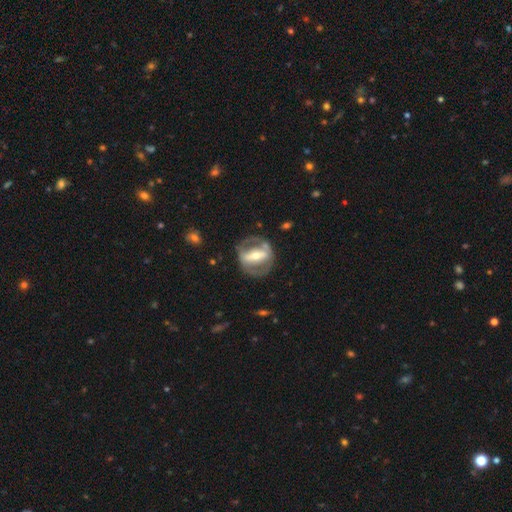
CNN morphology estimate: Smooth or featured? Predicted: featured or disk (p=0.74). Edge-on disk? Predicted: no (p=0.88). Bar? Predicted: strong (p=0.69). Spiral arms? Predicted: no (p=0.62). Bulge size? Predicted: moderate (p=0.54). Merging? Predicted: none (p=0.69).